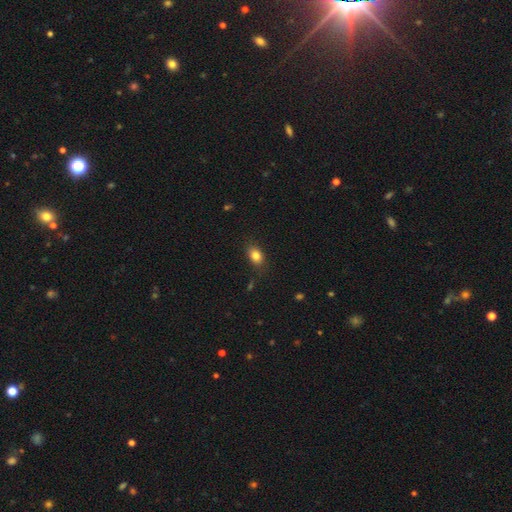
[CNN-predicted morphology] A smooth galaxy with no disk features (83%) that is in between round and cigar-shaped (78%).

Vote fractions:
- Smooth or featured? smooth: 83% / star or artifact: 10% / featured or disk: 8%
- How rounded? in between: 78% / round: 20% / cigar-shaped: 2%
- Merging? none: 82% / minor disturbance: 13% / major disturbance: 3% / merger: 1%